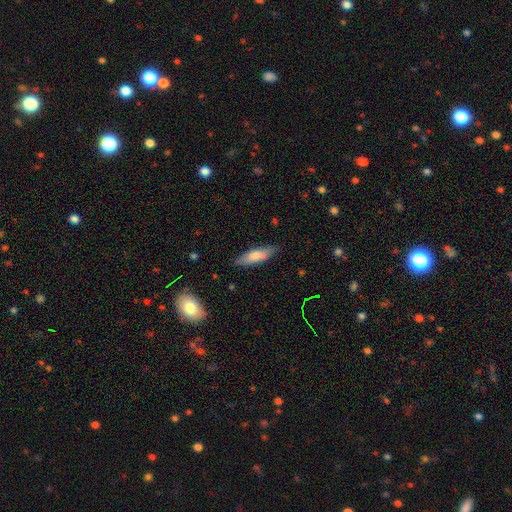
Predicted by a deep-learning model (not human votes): The model was most divided on "how rounded": cigar-shaped: 54%, in between: 44%, round: 2%. More confident: merging — none (83%); smooth or featured — smooth (73%).